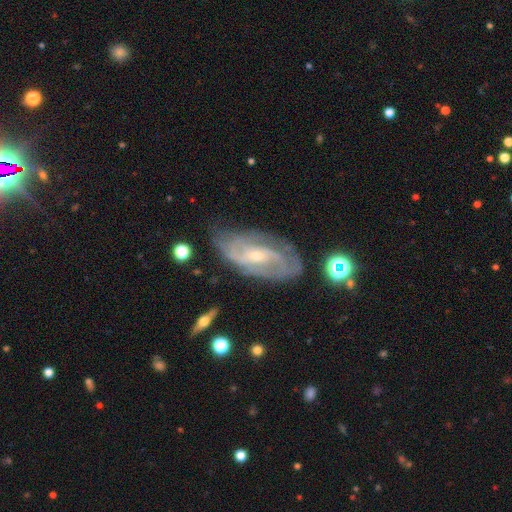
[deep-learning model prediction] smooth-or-featured: featured or disk: 81% | smooth: 12% | star or artifact: 7%
  disk-edge-on: no: 92% | yes: 8%
    bar: no: 41% (tied) | weak: 41% (tied) | strong: 18%
    has-spiral-arms: yes: 91% | no: 9%
      spiral-winding: tight: 48% | medium: 37% | loose: 14%
      spiral-arm-count: 2: 41% | can't tell: 33% | 3: 13% | 4: 6% | 1: 4% | more than 4: 4%
    bulge-size: small: 69% | moderate: 28% | none: 1% | large: 1% | dominant: 1%
  merging: none: 69% | minor disturbance: 21% | major disturbance: 8% | merger: 2%